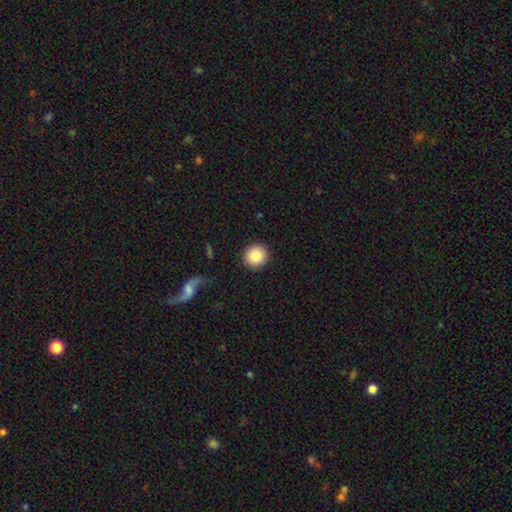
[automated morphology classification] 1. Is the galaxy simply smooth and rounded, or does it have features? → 84% smooth, 8% star or artifact, 8% featured or disk.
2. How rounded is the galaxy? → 93% round, 6% in between, 1% cigar-shaped.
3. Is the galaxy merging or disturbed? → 91% none, 6% minor disturbance, 2% major disturbance, 1% merger.